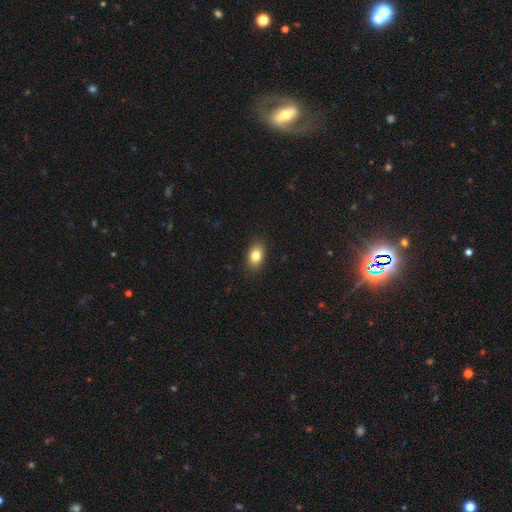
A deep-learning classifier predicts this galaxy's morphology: This is clearly a smooth galaxy (83%). How rounded: clearly in between (86%). Merging: clearly none (88%).